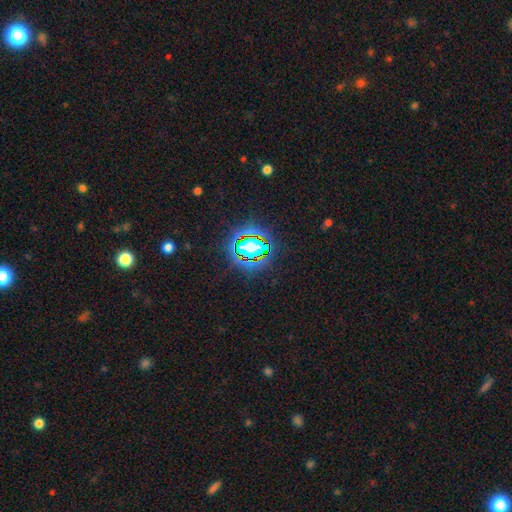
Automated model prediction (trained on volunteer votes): A star or artifact, not a galaxy (73%).

Vote fractions:
- Smooth or featured? star or artifact: 73% / smooth: 17% / featured or disk: 10%